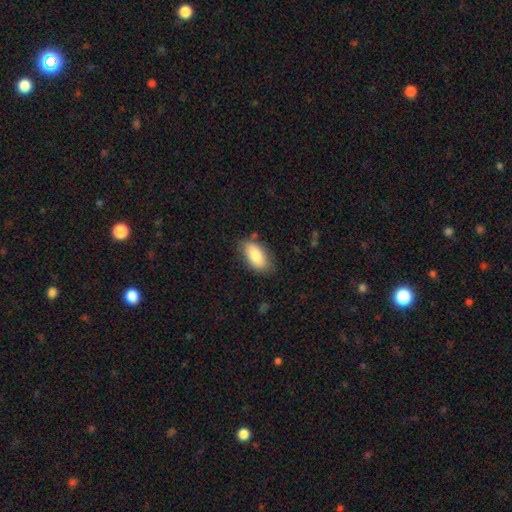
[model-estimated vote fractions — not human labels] The model was most divided on "merging": none: 78%, minor disturbance: 16%, major disturbance: 3%, merger: 2%. More confident: how rounded — in between (92%); smooth or featured — smooth (82%).